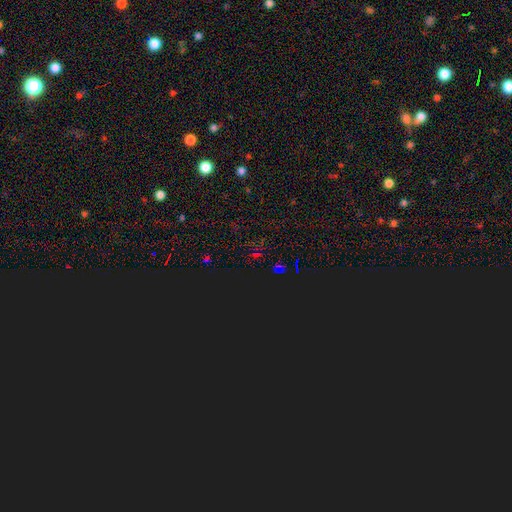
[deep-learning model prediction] smooth-or-featured: star or artifact: 78% | smooth: 15% | featured or disk: 7%